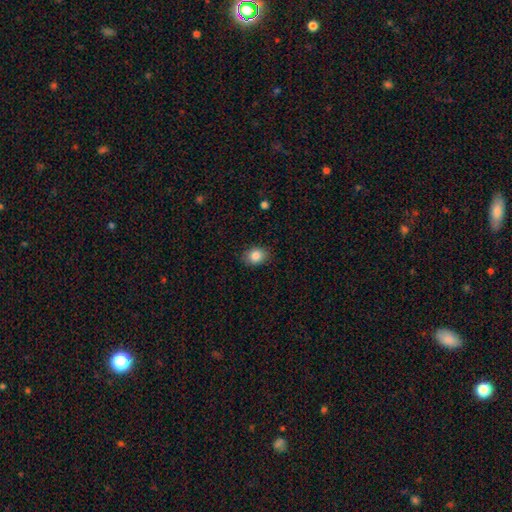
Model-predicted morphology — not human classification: Smooth or featured?
  - smooth: 85% *
  - star or artifact: 9%
  - featured or disk: 6%
How rounded?
  - in between: 58% *
  - round: 41%
  - cigar-shaped: 1%
Merging?
  - none: 86% *
  - minor disturbance: 10%
  - major disturbance: 2%
  - merger: 1%